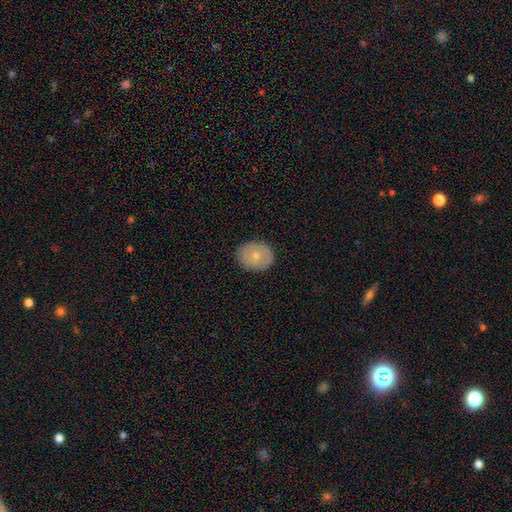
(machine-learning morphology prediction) Smooth or featured? smooth (60%)
How rounded? round (51%)
Merging? none (86%)